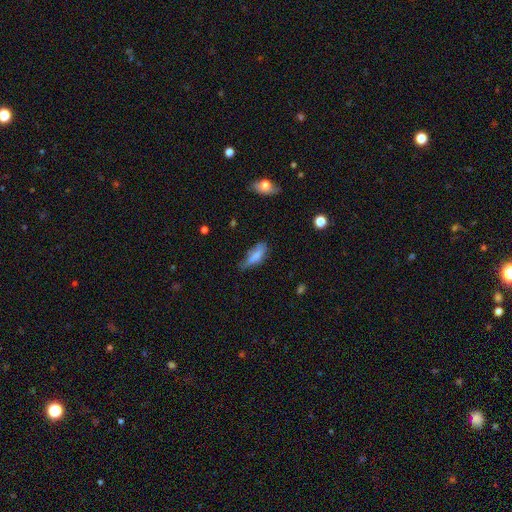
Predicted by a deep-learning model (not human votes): A smooth galaxy with no disk features (74%) that is in between round and cigar-shaped (64%). Merging: minor disturbance (40%).